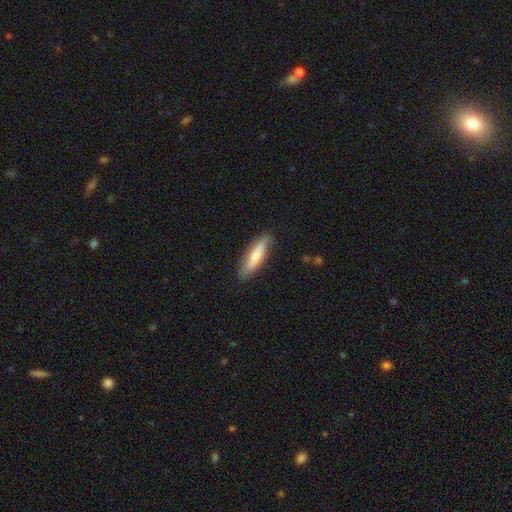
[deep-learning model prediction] Smooth or featured: smooth — 69% (featured or disk — 26%)
How rounded: cigar-shaped — 68% (in between — 30%)
Merging: none — 81% (minor disturbance — 15%)